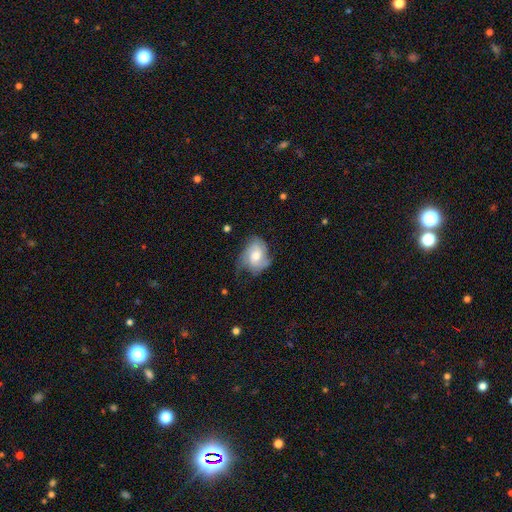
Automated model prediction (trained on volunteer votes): Smooth or featured: featured or disk — 58% (smooth — 35%)
Edge-on disk: no — 97% (yes — 3%)
Bar: no — 63% (weak — 31%)
Spiral arms: yes — 85% (no — 15%)
Bulge size: moderate — 67% (small — 17%)
Merging: none — 52% (minor disturbance — 31%)